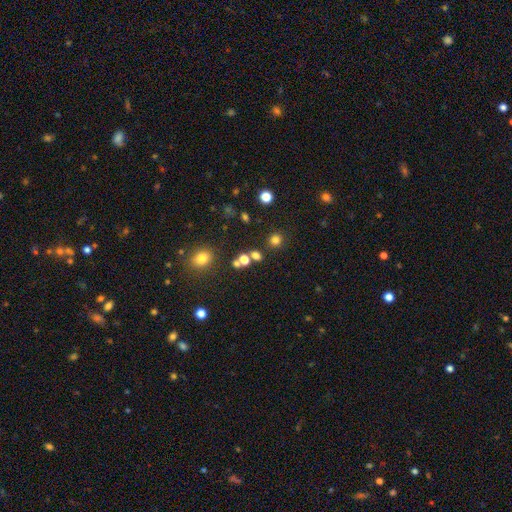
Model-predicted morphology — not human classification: Q: Smooth or featured?
A: smooth (69%); runner-up: star or artifact (24%)
Q: How rounded?
A: round (78%); runner-up: in between (20%)
Q: Merging?
A: none (73%); runner-up: merger (15%)